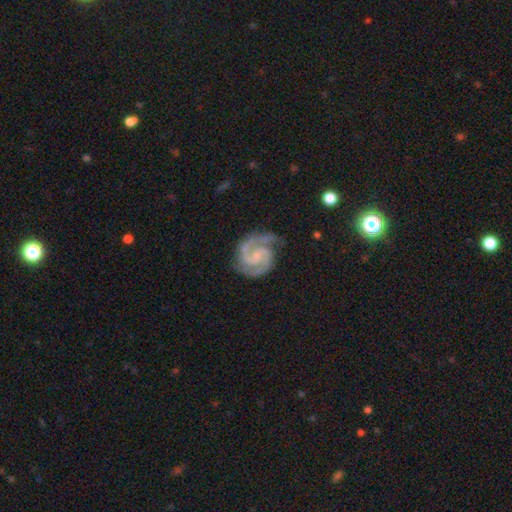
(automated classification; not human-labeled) Overall: featured or disk (93%). Edge-on disk: no (98%). Bar: no (49%; weak 41%). Spiral arms: yes (99%). Spiral arm count: 2 (90%). Spiral winding: medium (48%; tight 46%). Bulge size: small (60%; none 23%). Merging: none (76%).